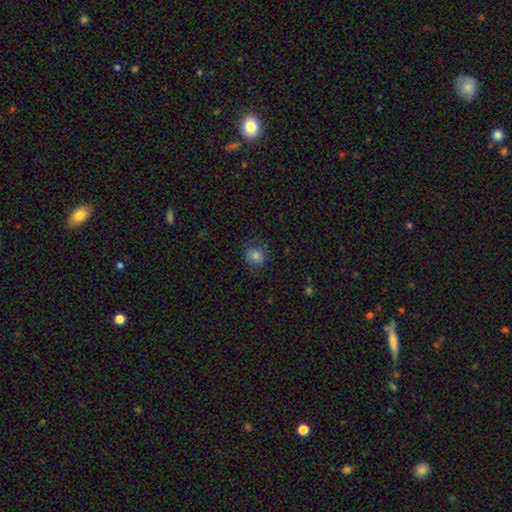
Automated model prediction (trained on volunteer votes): A smooth galaxy with no disk features (79%) that is round (67%). Merging: none (73%).